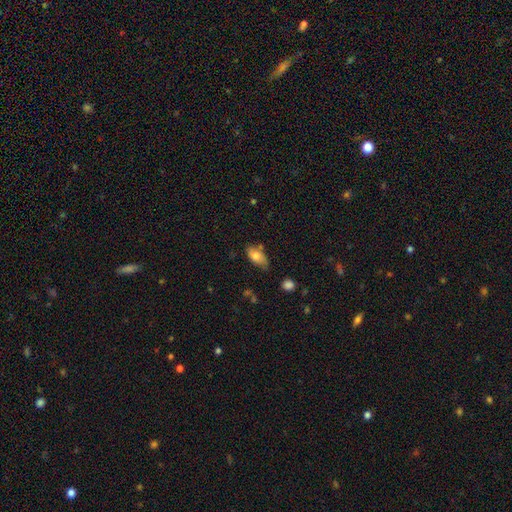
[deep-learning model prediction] Smooth or featured? smooth (75%)
How rounded? in between (90%)
Merging? none (60%)